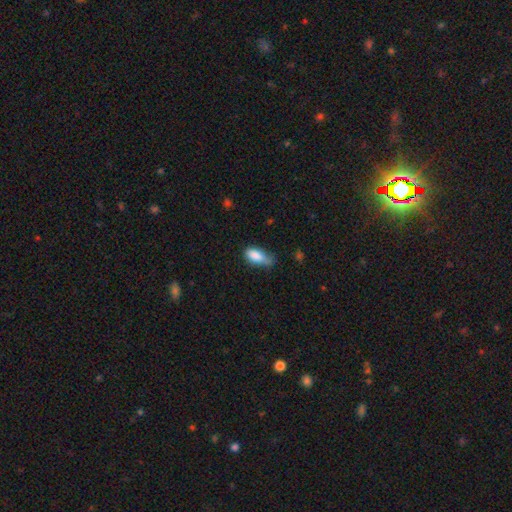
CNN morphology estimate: smooth 84%, featured or disk 8%, star or artifact 7%. Down the decision tree: how rounded — in between (89%); merging — minor disturbance (44%).